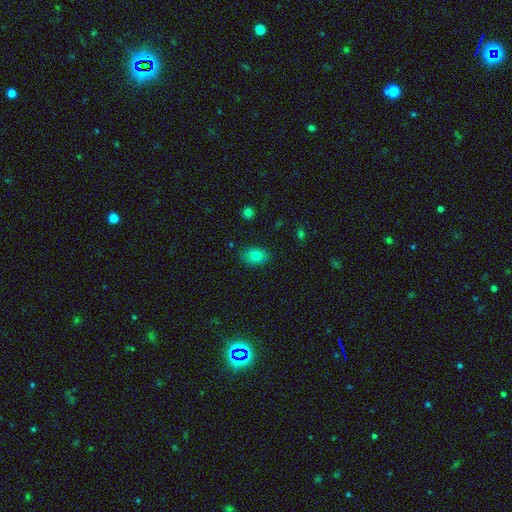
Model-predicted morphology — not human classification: smooth-or-featured: smooth: 80% | star or artifact: 10% | featured or disk: 10%
  how-rounded: in between: 75% | round: 23% | cigar-shaped: 1%
  merging: none: 85% | minor disturbance: 11% | major disturbance: 3% | merger: 1%